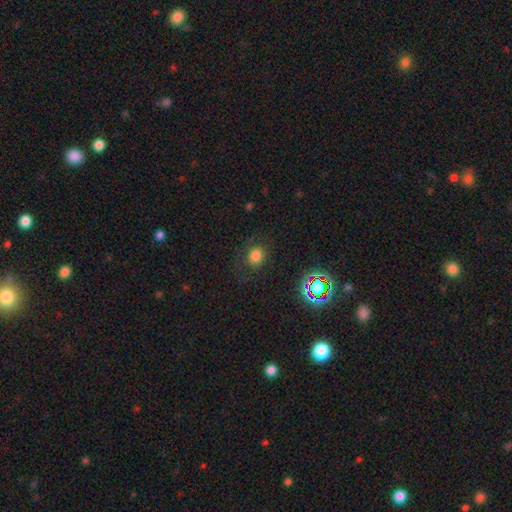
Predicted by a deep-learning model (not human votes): Smooth or featured? Predicted: smooth (p=0.76). How rounded? Predicted: round (p=0.67). Merging? Predicted: none (p=0.77).